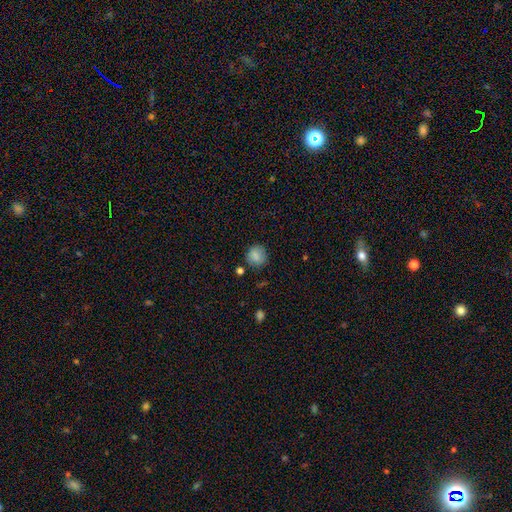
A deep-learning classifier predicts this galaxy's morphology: Smooth or featured?
  - smooth: 84% *
  - star or artifact: 9%
  - featured or disk: 8%
How rounded?
  - round: 85% *
  - in between: 14%
  - cigar-shaped: 1%
Merging?
  - none: 80% *
  - minor disturbance: 14%
  - major disturbance: 4%
  - merger: 3%